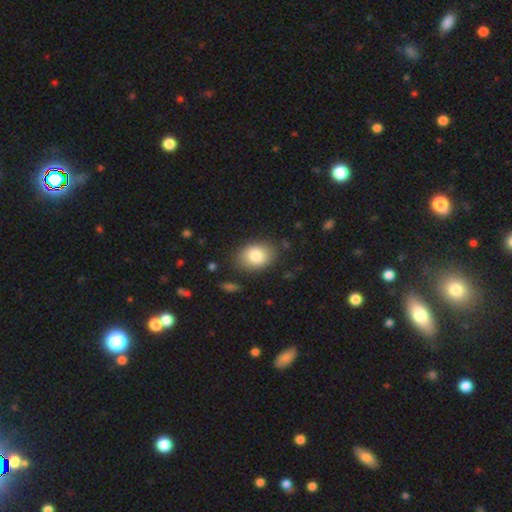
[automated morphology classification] A smooth galaxy with no disk features (83%) that is in between round and cigar-shaped (73%).

Vote fractions:
- Smooth or featured? smooth: 83% / featured or disk: 9% / star or artifact: 8%
- How rounded? in between: 73% / round: 26% / cigar-shaped: 1%
- Merging? none: 82% / minor disturbance: 12% / major disturbance: 3% / merger: 2%